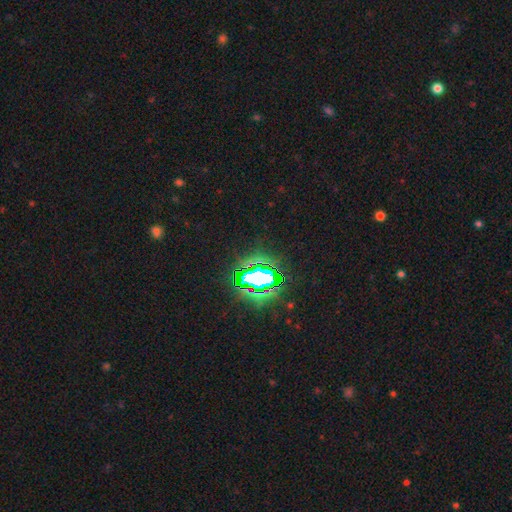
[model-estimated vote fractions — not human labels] Smooth or featured? Predicted: star or artifact (p=0.84).